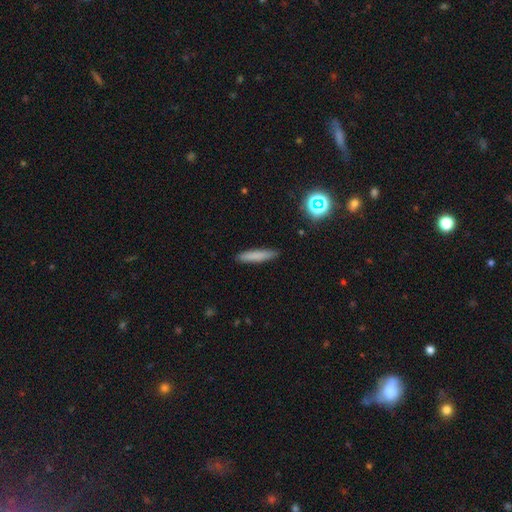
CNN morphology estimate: This is clearly a smooth galaxy (80%). How rounded: clearly cigar-shaped (86%). Merging: clearly none (89%).